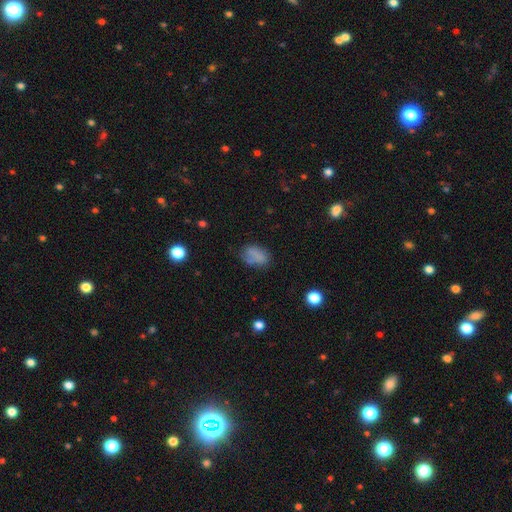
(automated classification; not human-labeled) Smooth or featured: smooth — 73% (featured or disk — 15%)
How rounded: in between — 85% (round — 13%)
Merging: none — 53% (minor disturbance — 27%)